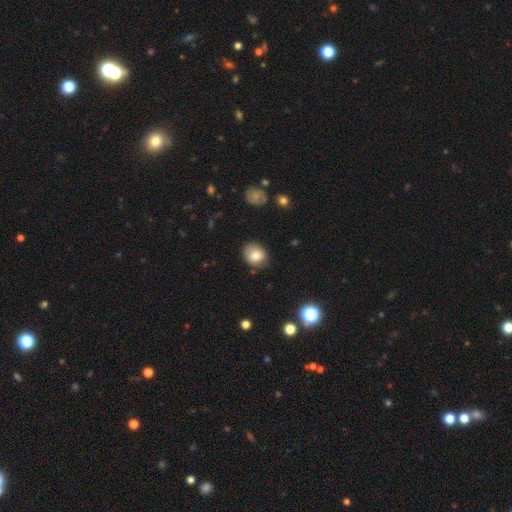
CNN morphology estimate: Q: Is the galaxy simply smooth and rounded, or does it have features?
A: smooth — 78%.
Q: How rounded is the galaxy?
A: round — 55%.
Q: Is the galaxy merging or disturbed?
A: none — 78%.